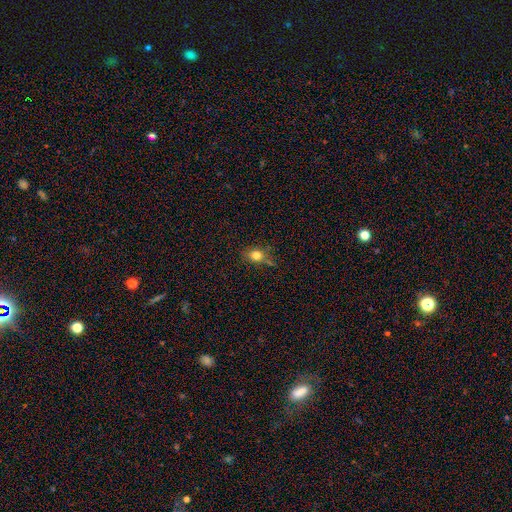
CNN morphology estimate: Overall: smooth (78%). How rounded: round (50%; in between 48%). Merging: none (64%).